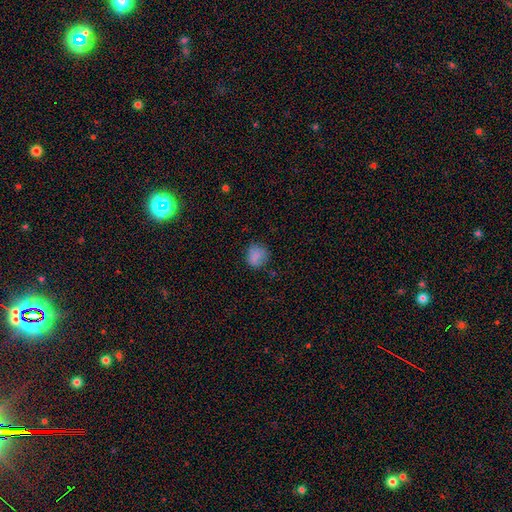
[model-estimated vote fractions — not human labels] smooth 82%, star or artifact 11%, featured or disk 6%. Down the decision tree: how rounded — round (76%); merging — none (75%).